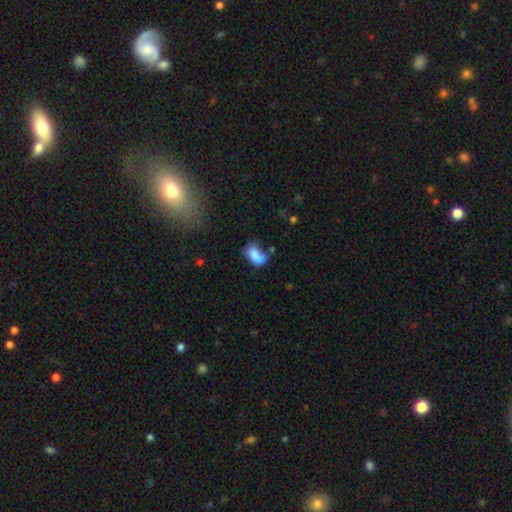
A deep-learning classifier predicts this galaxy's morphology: smooth-or-featured: smooth: 77% | featured or disk: 14% | star or artifact: 10%
  how-rounded: in between: 89% | round: 8% | cigar-shaped: 3%
  merging: none: 33% | minor disturbance: 29% | major disturbance: 21% | merger: 17%